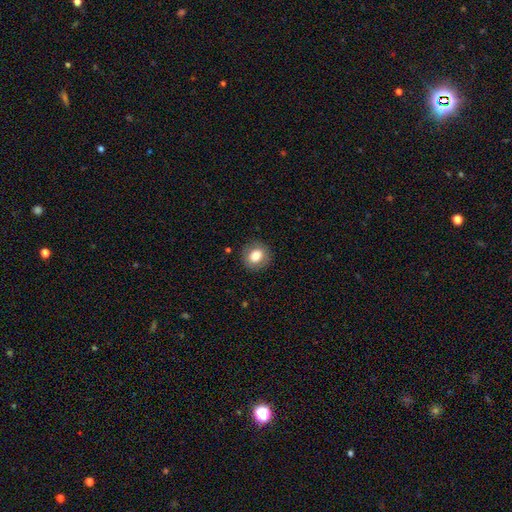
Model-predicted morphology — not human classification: This is likely a smooth galaxy (79%). How rounded: likely round (76%). Merging: clearly none (87%).